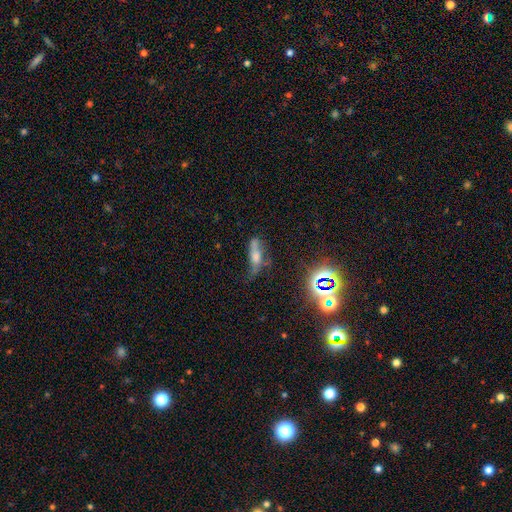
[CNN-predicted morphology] Smooth or featured? featured or disk (44%)
Merging? none (42%)